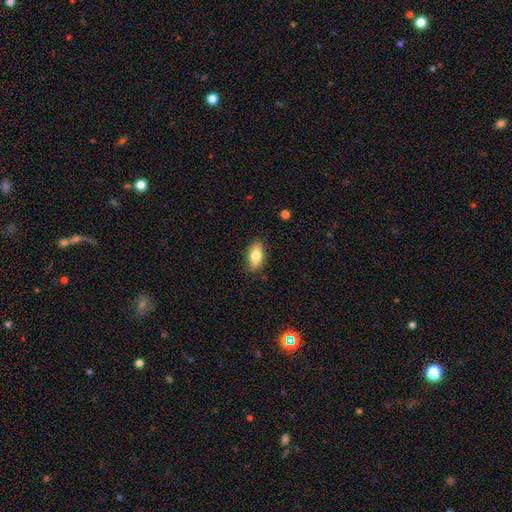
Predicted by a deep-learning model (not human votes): Smooth or featured: smooth — 78% (featured or disk — 15%)
How rounded: in between — 87% (cigar-shaped — 9%)
Merging: none — 86% (minor disturbance — 10%)